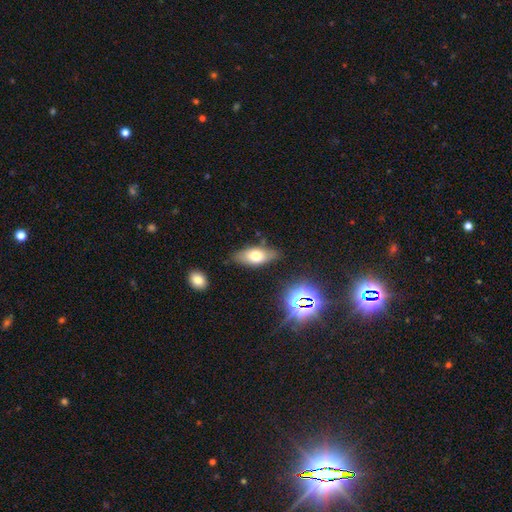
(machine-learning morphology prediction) smooth-or-featured: smooth: 68% | featured or disk: 21% | star or artifact: 11%
  how-rounded: in between: 82% | cigar-shaped: 14% | round: 4%
  merging: none: 78% | minor disturbance: 15% | major disturbance: 3% | merger: 3%